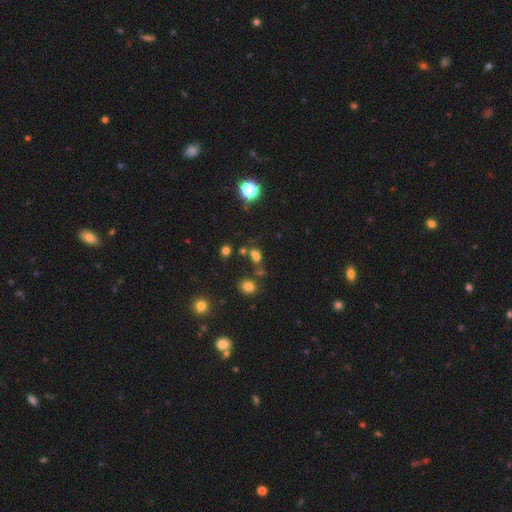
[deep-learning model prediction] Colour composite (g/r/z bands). It shows a smooth galaxy with no disk features (62%) that is in between round and cigar-shaped (55%). Merging: none (53%).